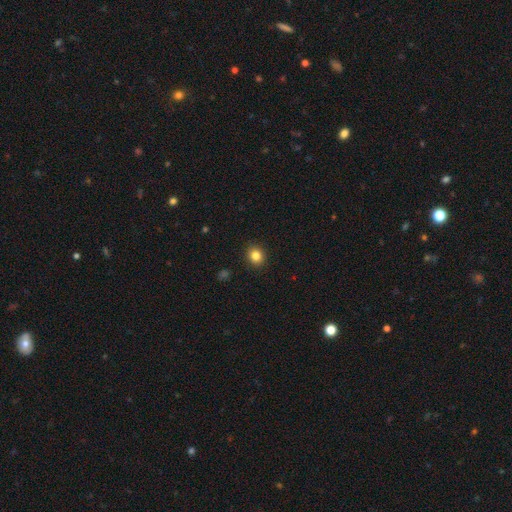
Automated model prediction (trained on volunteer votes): Smooth or featured: smooth — 84% (star or artifact — 11%)
How rounded: round — 77% (in between — 22%)
Merging: none — 92% (minor disturbance — 6%)